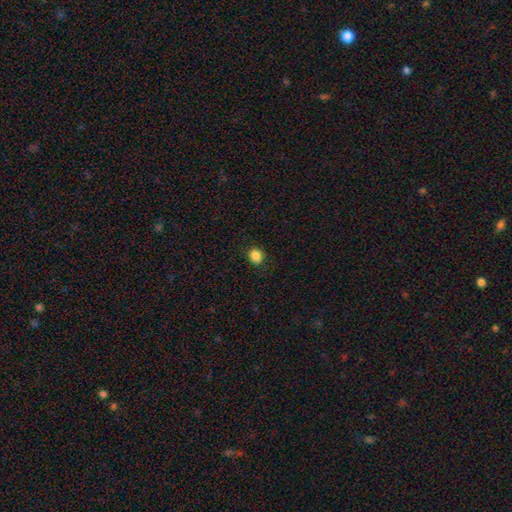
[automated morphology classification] A smooth galaxy with no disk features (86%) that is round (77%). Merging: none (89%).